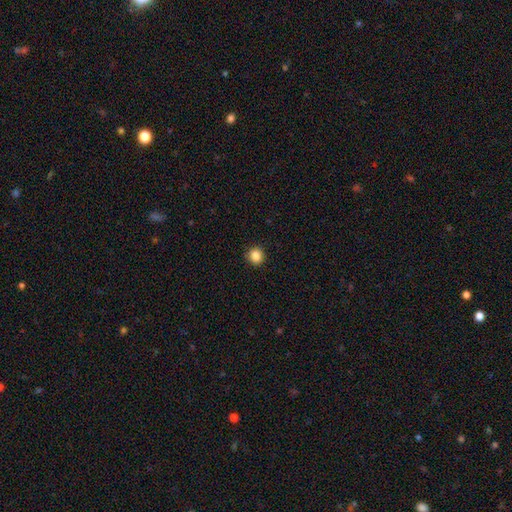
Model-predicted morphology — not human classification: smooth_or_featured: smooth (p=0.86) [alt: star or artifact p=0.11]
how_rounded: round (p=0.92) [alt: in between p=0.07]
merging: none (p=0.91) [alt: minor disturbance p=0.06]